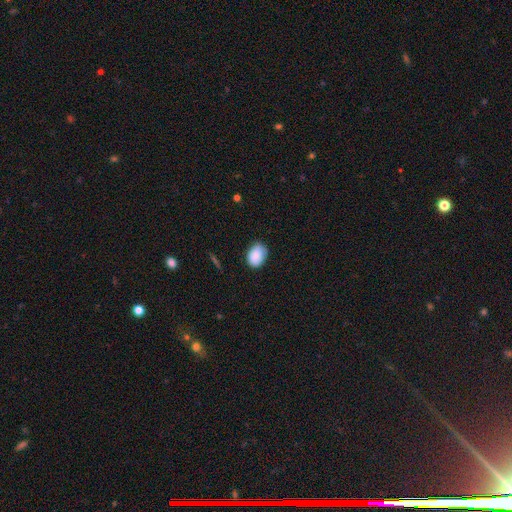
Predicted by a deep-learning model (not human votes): This appears to be a smooth galaxy with no disk features (86%) that is in between round and cigar-shaped (76%). Merging: none (71%).